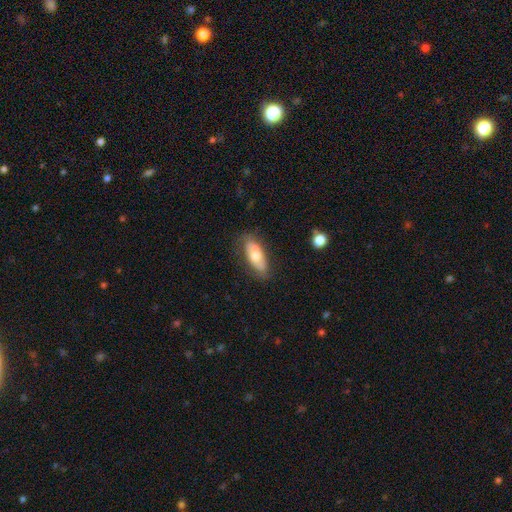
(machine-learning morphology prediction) Smooth or featured?
  - smooth: 57% *
  - featured or disk: 37%
  - star or artifact: 7%
How rounded?
  - in between: 80% *
  - cigar-shaped: 17%
  - round: 3%
Merging?
  - none: 68% *
  - minor disturbance: 21%
  - major disturbance: 6%
  - merger: 5%